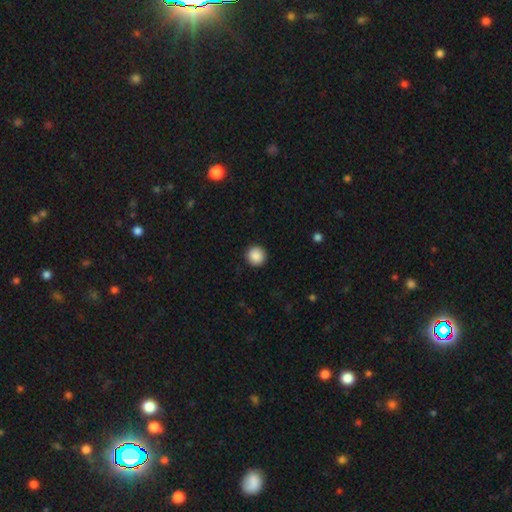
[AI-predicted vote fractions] This is clearly a smooth galaxy (89%). How rounded: clearly round (95%). Merging: clearly none (92%).